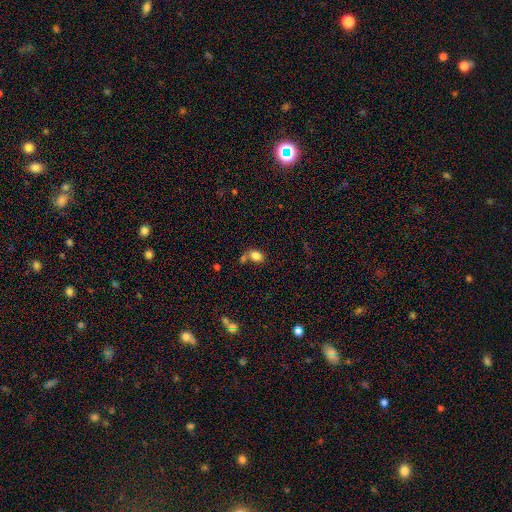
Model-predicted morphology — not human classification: Smooth or featured?
  - smooth: 83% *
  - star or artifact: 10%
  - featured or disk: 7%
How rounded?
  - in between: 85% *
  - round: 14%
  - cigar-shaped: 2%
Merging?
  - none: 52% *
  - merger: 29%
  - minor disturbance: 14%
  - major disturbance: 6%